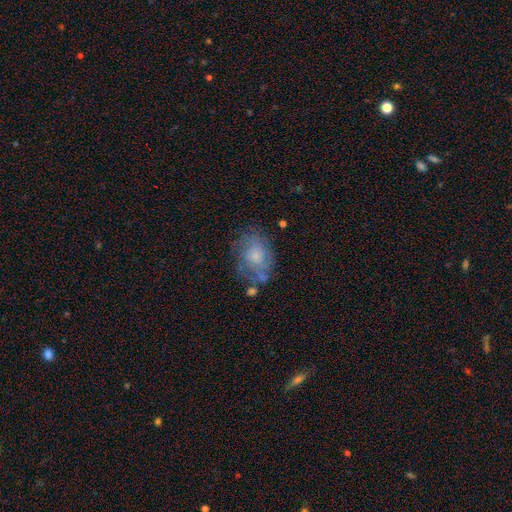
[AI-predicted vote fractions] Smooth or featured: featured or disk — 48% (smooth — 42%)
Merging: none — 54% (minor disturbance — 25%)